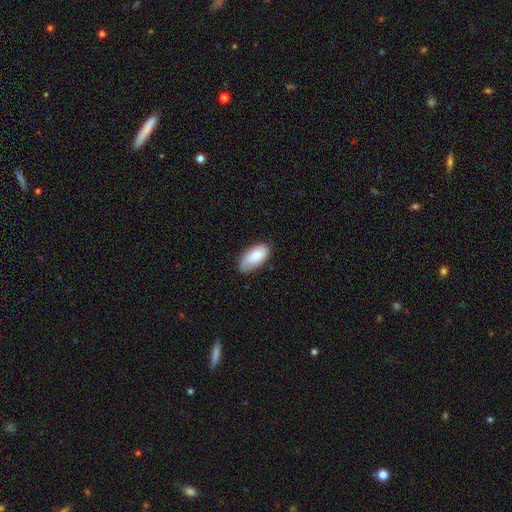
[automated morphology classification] This is likely a smooth galaxy (76%). How rounded: clearly in between (94%). Merging: likely none (66%).